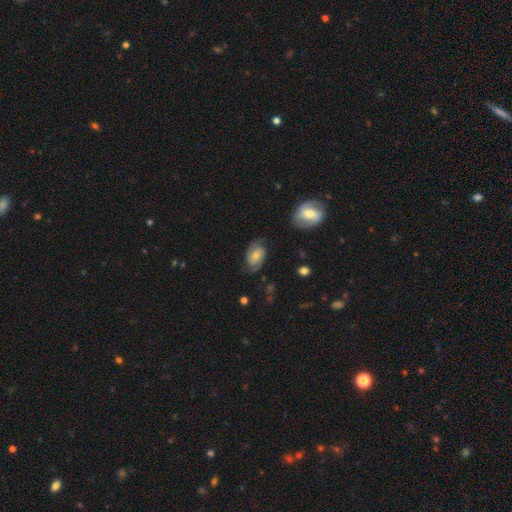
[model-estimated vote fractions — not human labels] Smooth or featured? featured or disk (65%)
Edge-on disk? no (96%)
Bar? no (56%)
Spiral arms? yes (90%)
Spiral winding? medium (43%)
Spiral arm count? 2 (83%)
Bulge size? small (49%)
Merging? none (71%)